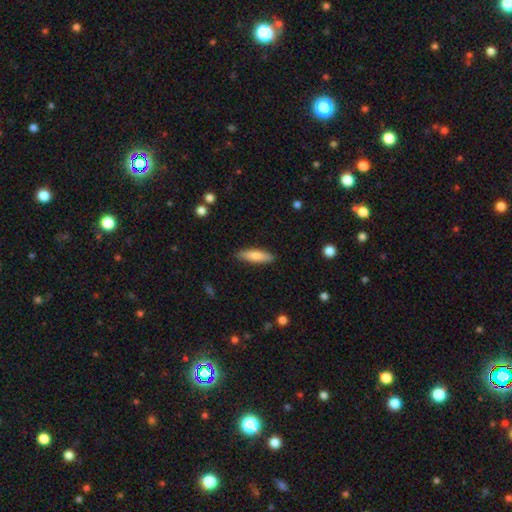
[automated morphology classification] A smooth galaxy with no disk features (76%) that is cigar-shaped (69%). Merging: none (88%).